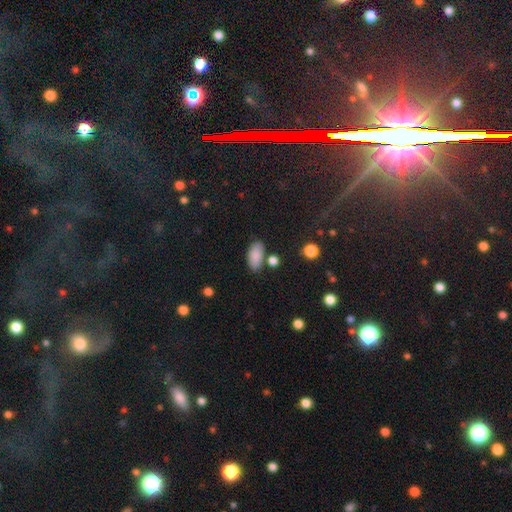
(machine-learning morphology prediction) smooth 86%, star or artifact 8%, featured or disk 6%. Down the decision tree: how rounded — in between (91%); merging — none (73%).